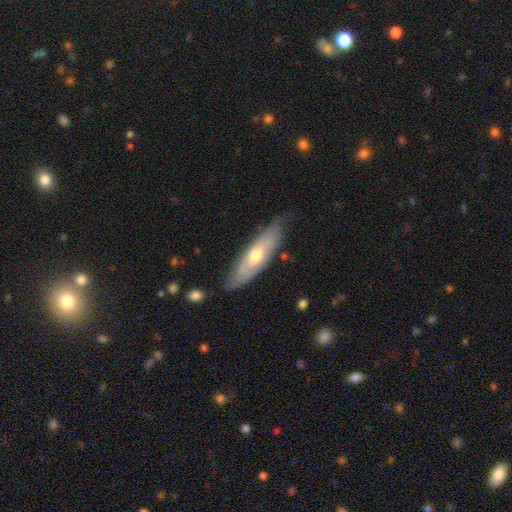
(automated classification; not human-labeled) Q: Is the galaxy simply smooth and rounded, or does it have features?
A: featured or disk — 47%, tied with smooth.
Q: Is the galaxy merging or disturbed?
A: none — 74%.